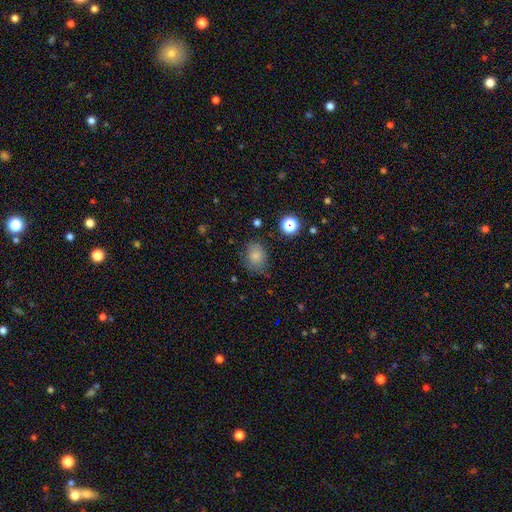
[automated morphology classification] This appears to be a smooth galaxy with no disk features (78%) that is in between round and cigar-shaped (51%). Merging: none (74%).